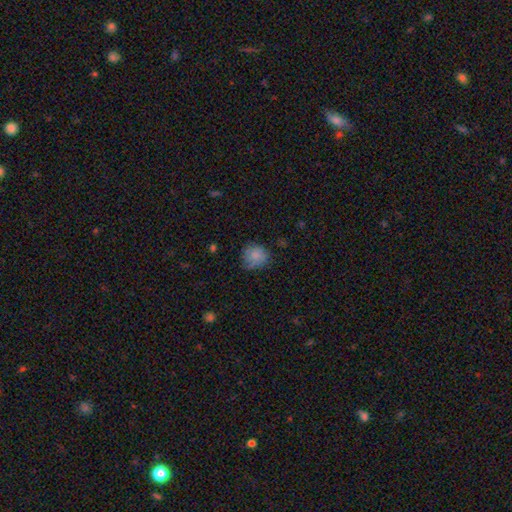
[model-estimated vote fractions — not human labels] smooth-or-featured: smooth: 76% | featured or disk: 14% | star or artifact: 9%
  how-rounded: round: 80% | in between: 19% | cigar-shaped: 1%
  merging: none: 60% | minor disturbance: 28% | major disturbance: 9% | merger: 2%